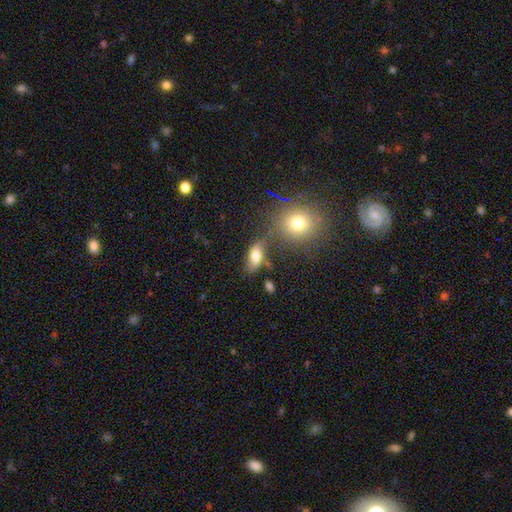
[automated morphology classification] type=smooth (69%); roundness=in between (84%); merging=none (55%).